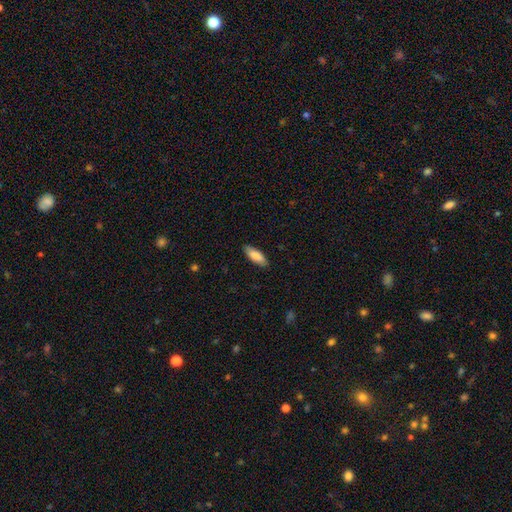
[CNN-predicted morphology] This is clearly a smooth galaxy (85%). How rounded: likely in between (64%). Merging: clearly none (87%).